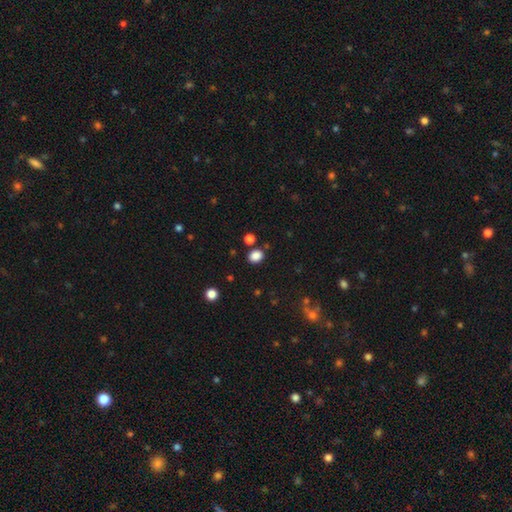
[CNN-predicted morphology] smooth-or-featured: smooth: 85% | star or artifact: 12% | featured or disk: 3%
  how-rounded: round: 51% | in between: 48% | cigar-shaped: 1%
  merging: none: 83% | minor disturbance: 9% | merger: 6% | major disturbance: 3%